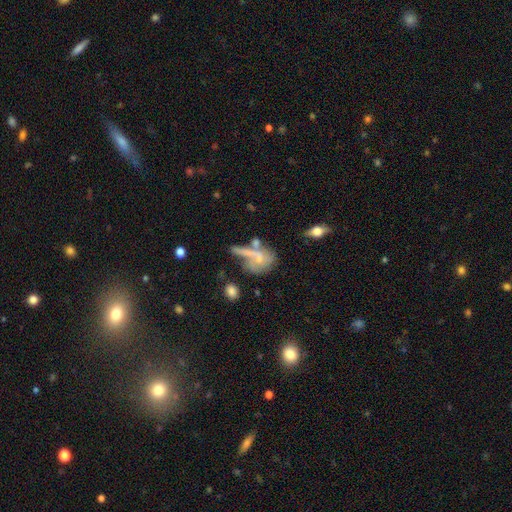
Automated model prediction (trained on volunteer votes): Smooth or featured? Predicted: featured or disk (p=0.45). Merging? Predicted: none (p=0.31).